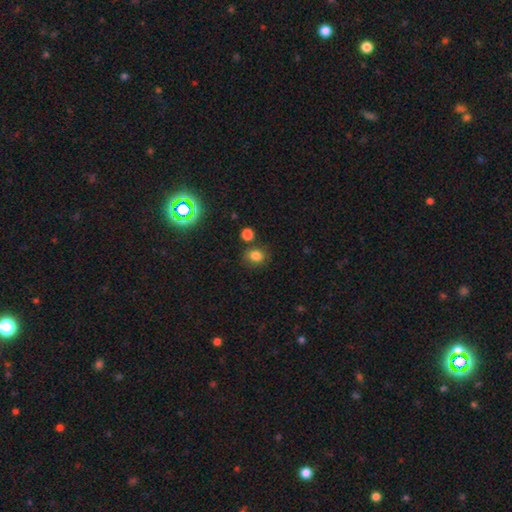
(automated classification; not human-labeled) Smooth or featured: smooth — 80% (star or artifact — 14%)
How rounded: round — 60% (in between — 39%)
Merging: none — 75% (minor disturbance — 13%)